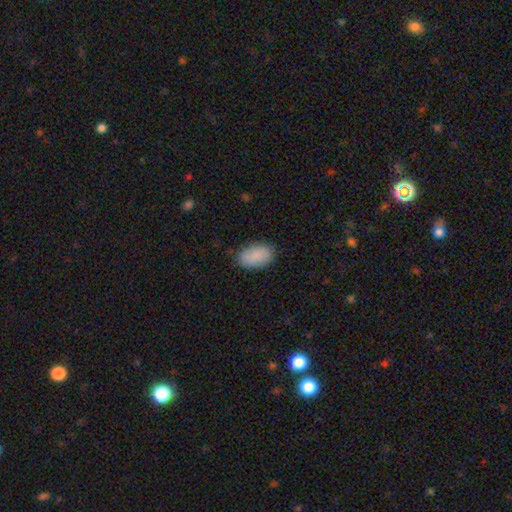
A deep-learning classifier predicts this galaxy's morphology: smooth-or-featured: smooth: 89% | star or artifact: 6% | featured or disk: 5%
  how-rounded: in between: 92% | round: 7% | cigar-shaped: 1%
  merging: none: 83% | minor disturbance: 13% | major disturbance: 3% | merger: 1%